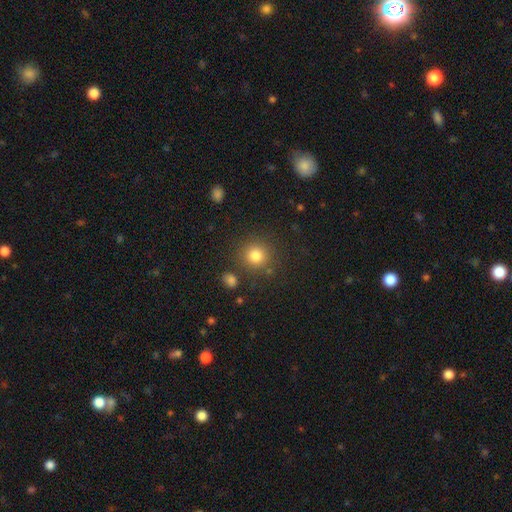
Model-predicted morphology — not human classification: Smooth or featured? Predicted: smooth (p=0.82). How rounded? Predicted: round (p=0.91). Merging? Predicted: none (p=0.83).